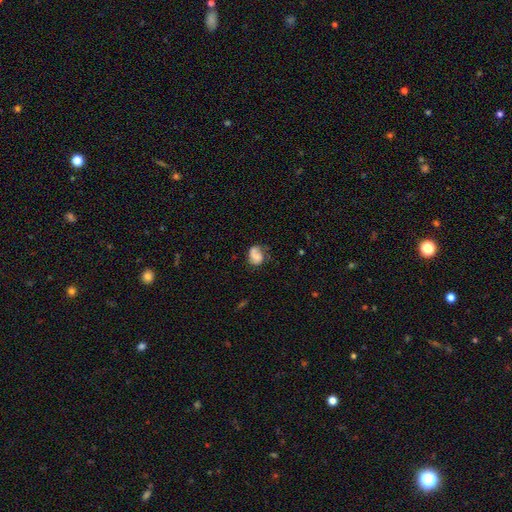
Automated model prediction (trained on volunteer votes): Smooth or featured: smooth — 51% (featured or disk — 39%)
How rounded: in between — 50% (round — 49%)
Merging: none — 45% (minor disturbance — 28%)